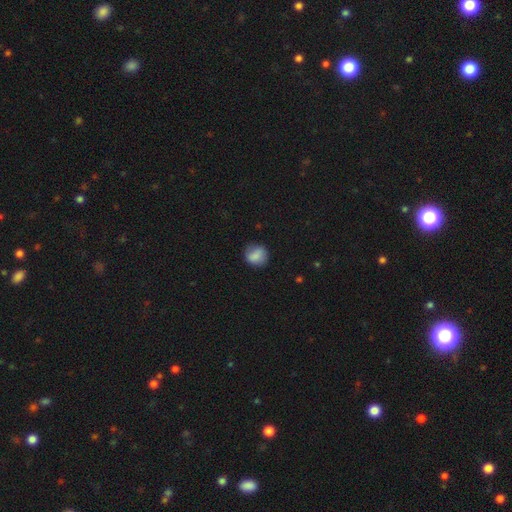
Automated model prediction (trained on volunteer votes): The model was most divided on "how rounded": round: 74%, in between: 24%, cigar-shaped: 1%. More confident: smooth or featured — smooth (84%); merging — none (77%).